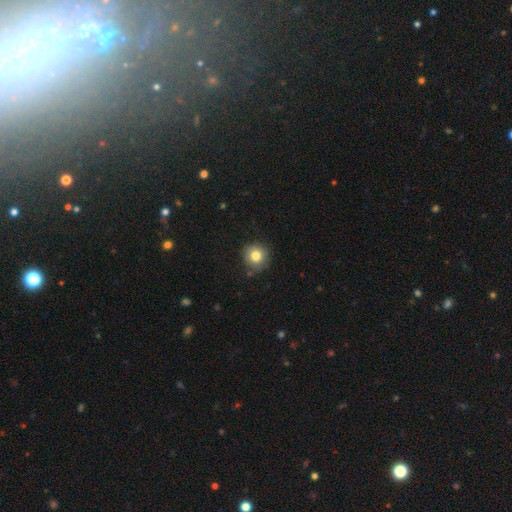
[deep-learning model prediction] Smooth or featured: smooth — 81% (star or artifact — 10%)
How rounded: round — 93% (in between — 6%)
Merging: none — 81% (minor disturbance — 14%)